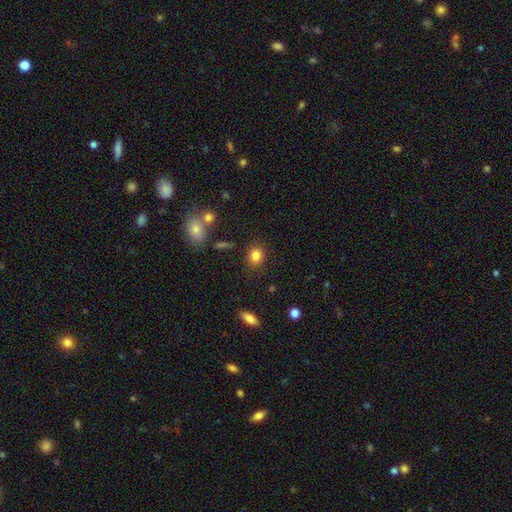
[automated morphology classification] type=smooth (84%); roundness=round (62%); merging=none (82%).